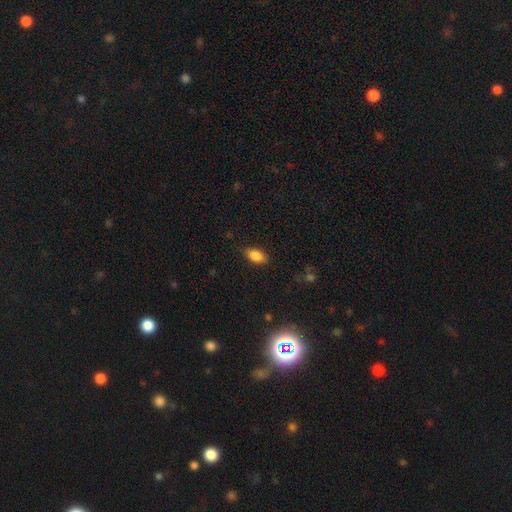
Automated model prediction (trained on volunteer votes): A smooth galaxy with no disk features (85%) that is in between round and cigar-shaped (90%). Merging: none (84%).